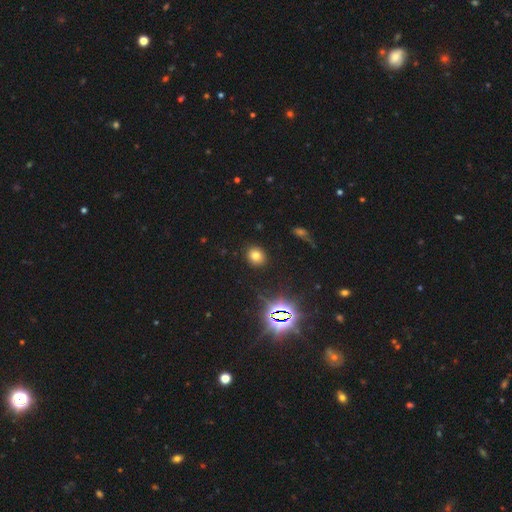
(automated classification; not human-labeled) Q: Smooth or featured?
A: smooth (72%); runner-up: star or artifact (20%)
Q: How rounded?
A: round (72%); runner-up: in between (27%)
Q: Merging?
A: none (89%); runner-up: minor disturbance (7%)